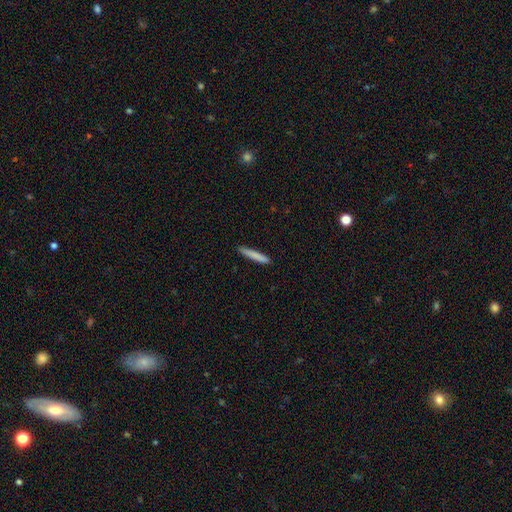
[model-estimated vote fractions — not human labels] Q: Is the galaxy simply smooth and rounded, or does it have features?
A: smooth — 82%.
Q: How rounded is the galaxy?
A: cigar-shaped — 95%.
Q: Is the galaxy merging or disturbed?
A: none — 91%.